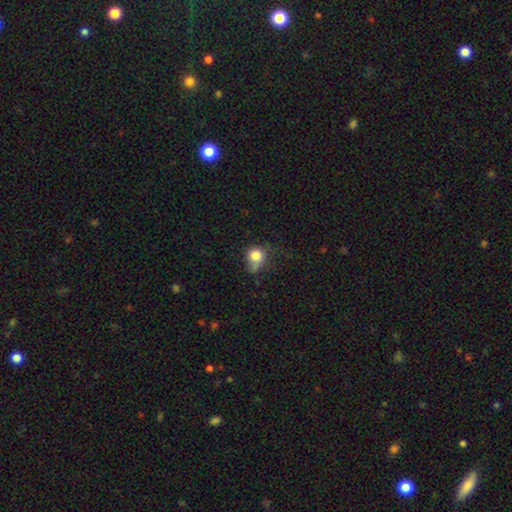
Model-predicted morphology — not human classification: smooth 79%, star or artifact 11%, featured or disk 10%. Down the decision tree: how rounded — round (73%); merging — none (40%).